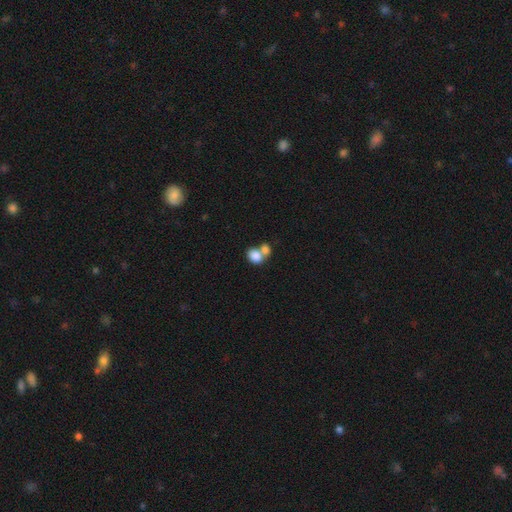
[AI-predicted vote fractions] smooth_or_featured: smooth (p=0.82) [alt: featured or disk p=0.09]
how_rounded: in between (p=0.55) [alt: round p=0.44]
merging: merger (p=0.60) [alt: none p=0.29]